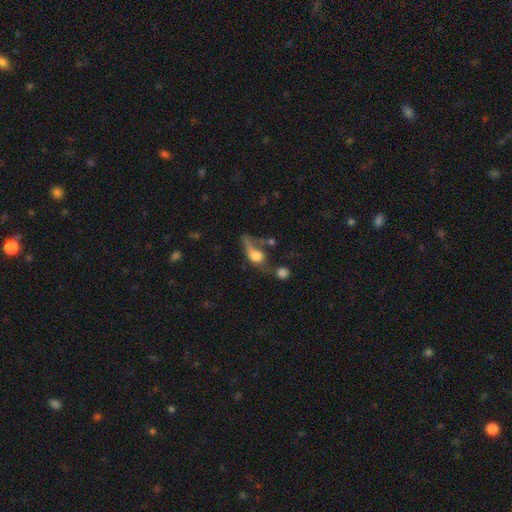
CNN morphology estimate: Smooth or featured?
  - smooth: 51% *
  - featured or disk: 36%
  - star or artifact: 13%
How rounded?
  - in between: 54% *
  - round: 26%
  - cigar-shaped: 20%
Merging?
  - major disturbance: 36% *
  - merger: 26%
  - none: 23%
  - minor disturbance: 15%